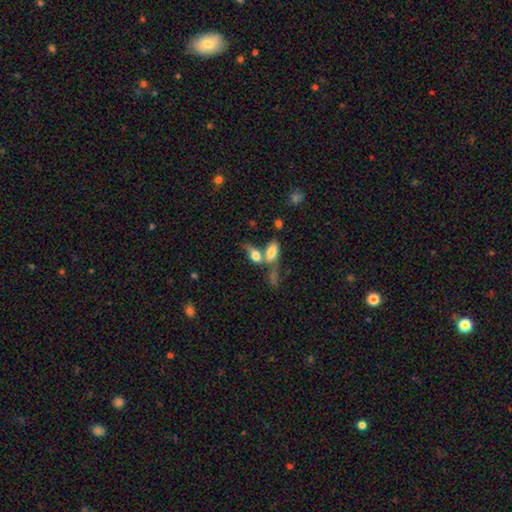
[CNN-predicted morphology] This appears to be a smooth galaxy with no disk features (69%) that is in between round and cigar-shaped (82%). Merging: merger (63%).